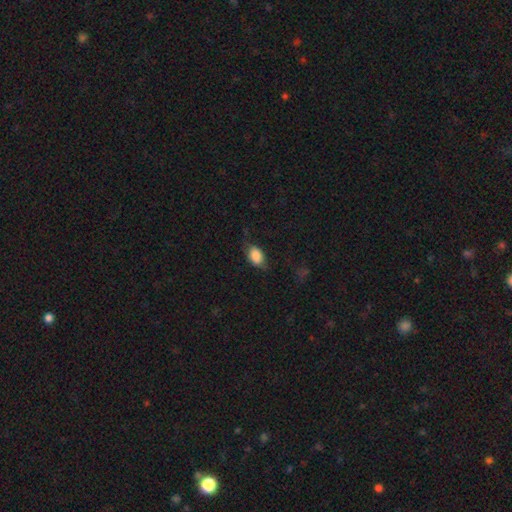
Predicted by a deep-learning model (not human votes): Smooth or featured? Predicted: smooth (p=0.84). How rounded? Predicted: in between (p=0.87). Merging? Predicted: none (p=0.67).